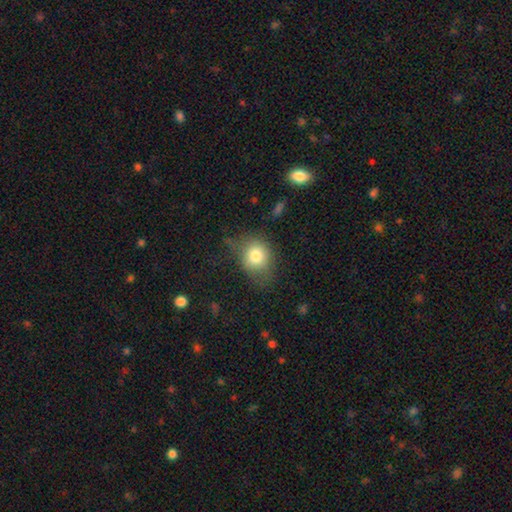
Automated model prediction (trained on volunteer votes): This appears to be a smooth galaxy with no disk features (79%) that is round (61%). Merging: none (58%).